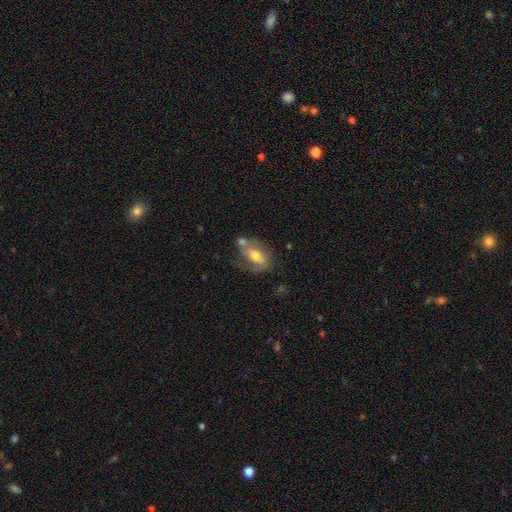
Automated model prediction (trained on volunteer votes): featured or disk 50%, smooth 43%, star or artifact 7%. Down the decision tree: edge-on disk — no (91%); merging — none (41%).